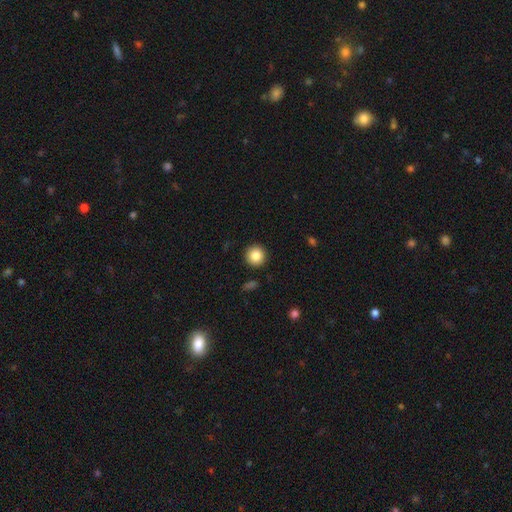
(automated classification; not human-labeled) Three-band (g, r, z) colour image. It shows a smooth galaxy with no disk features (85%) that is round (95%). Merging: none (92%).